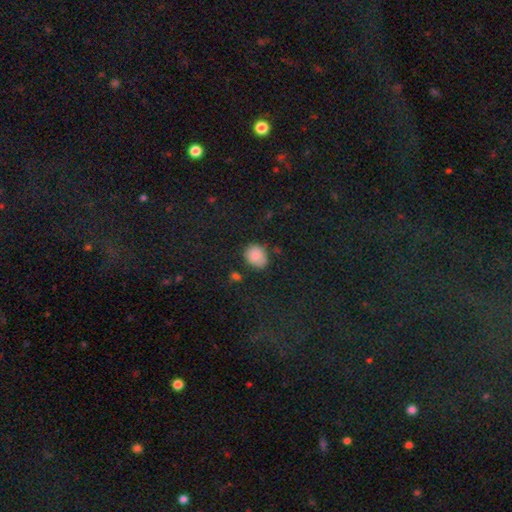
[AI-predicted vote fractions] smooth-or-featured: smooth: 83% | star or artifact: 10% | featured or disk: 6%
  how-rounded: round: 65% | in between: 34% | cigar-shaped: 1%
  merging: none: 73% | minor disturbance: 19% | major disturbance: 4% | merger: 4%